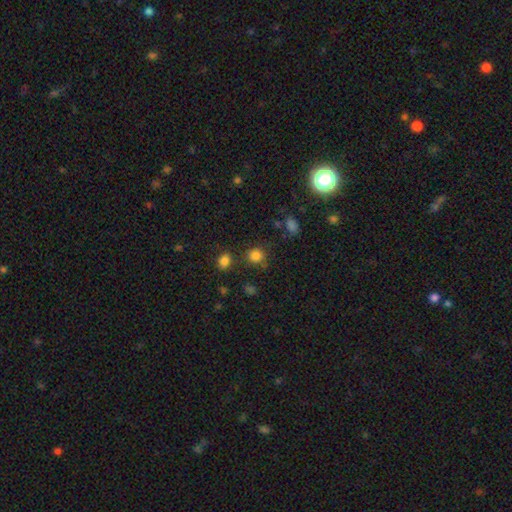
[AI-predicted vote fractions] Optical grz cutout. It shows a smooth galaxy with no disk features (81%) that is round (82%). Merging: none (74%).